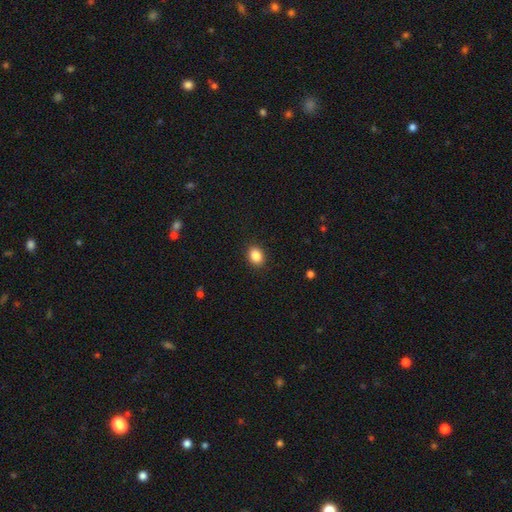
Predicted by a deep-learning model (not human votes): A smooth galaxy with no disk features (86%) that is in between round and cigar-shaped (55%).

Vote fractions:
- Smooth or featured? smooth: 86% / star or artifact: 10% / featured or disk: 4%
- How rounded? in between: 55% / round: 44% / cigar-shaped: 1%
- Merging? none: 90% / minor disturbance: 7% / major disturbance: 2% / merger: 1%